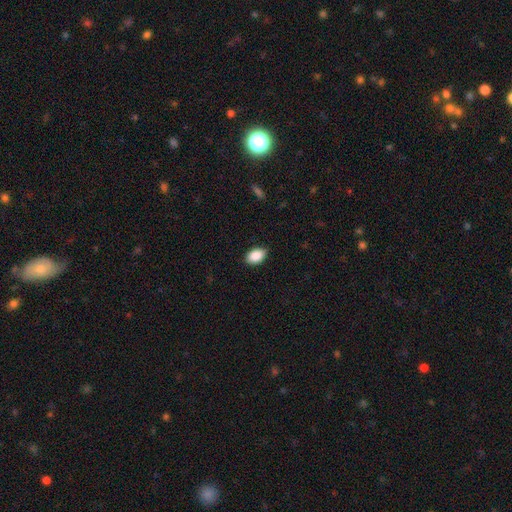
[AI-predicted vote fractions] smooth 89%, star or artifact 7%, featured or disk 4%. Down the decision tree: how rounded — in between (91%); merging — none (88%).